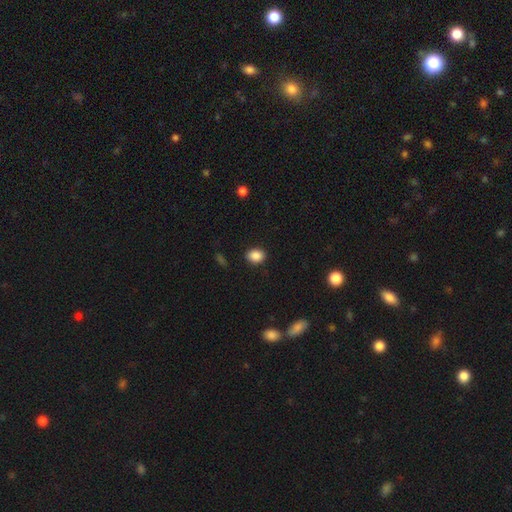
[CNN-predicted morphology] This appears to be a smooth galaxy with no disk features (88%) that is in between round and cigar-shaped (58%). Merging: none (89%).